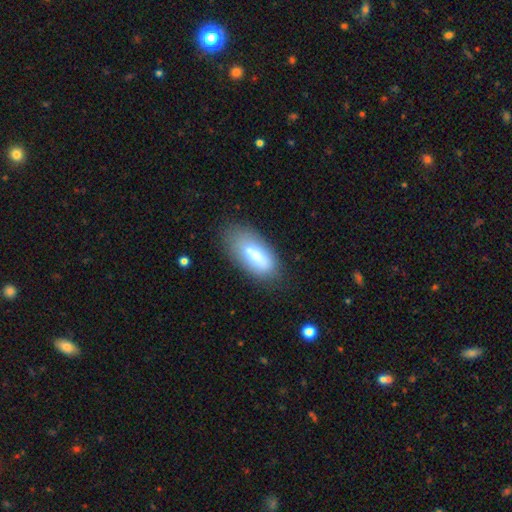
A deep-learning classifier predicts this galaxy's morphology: Overall: smooth (75%). How rounded: in between (84%). Merging: none (67%).